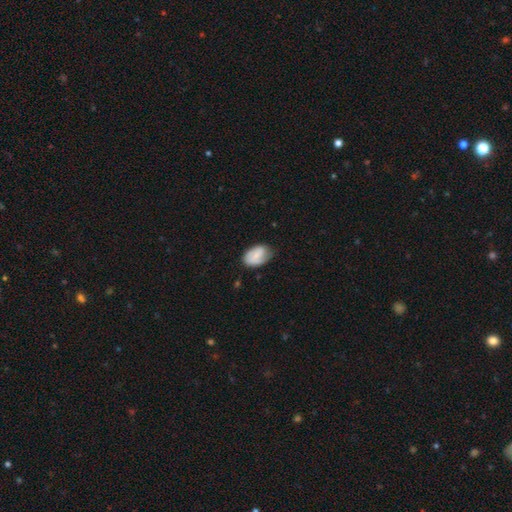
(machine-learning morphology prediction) Smooth or featured? Predicted: smooth (p=0.67). How rounded? Predicted: in between (p=0.89). Merging? Predicted: none (p=0.60).